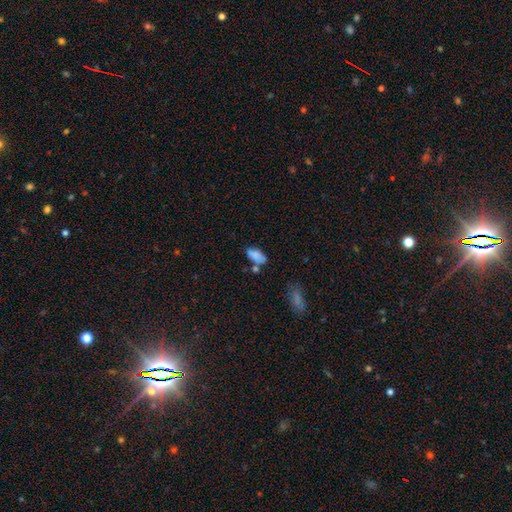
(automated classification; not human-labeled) Smooth or featured: smooth — 84% (star or artifact — 8%)
How rounded: in between — 89% (cigar-shaped — 8%)
Merging: none — 56% (minor disturbance — 22%)